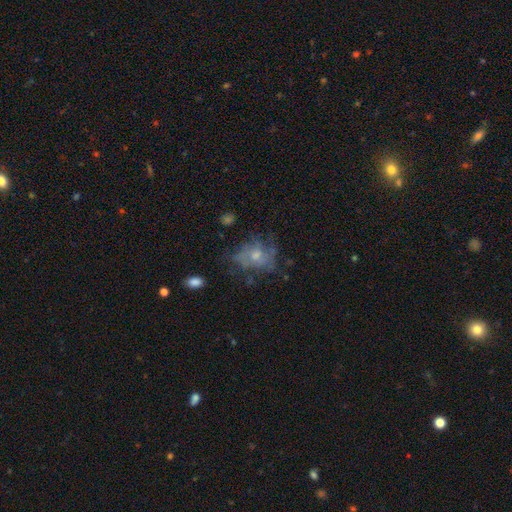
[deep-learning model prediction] Smooth or featured: featured or disk — 48% (smooth — 40%)
Merging: none — 46% (major disturbance — 26%)